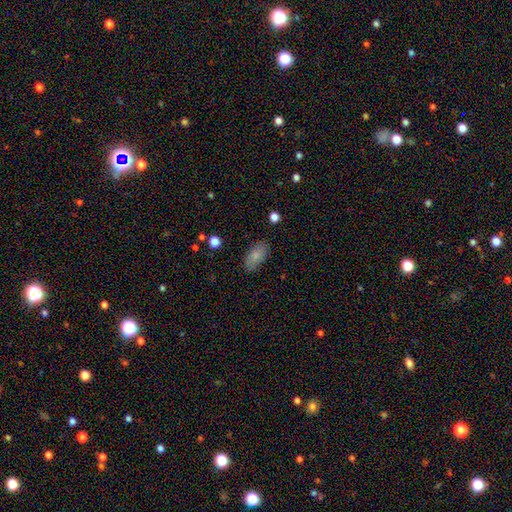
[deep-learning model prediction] Smooth or featured?
  - smooth: 83% *
  - featured or disk: 10%
  - star or artifact: 7%
How rounded?
  - in between: 91% *
  - cigar-shaped: 5%
  - round: 3%
Merging?
  - none: 84% *
  - minor disturbance: 12%
  - major disturbance: 3%
  - merger: 1%